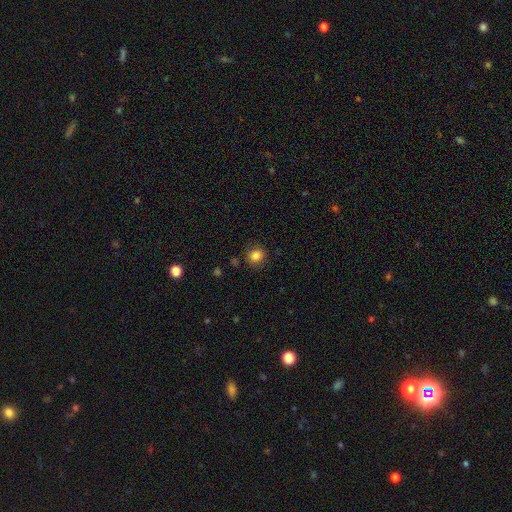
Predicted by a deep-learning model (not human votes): smooth-or-featured: smooth: 84% | star or artifact: 11% | featured or disk: 5%
  how-rounded: round: 79% | in between: 20% | cigar-shaped: 1%
  merging: none: 85% | minor disturbance: 10% | major disturbance: 3% | merger: 2%